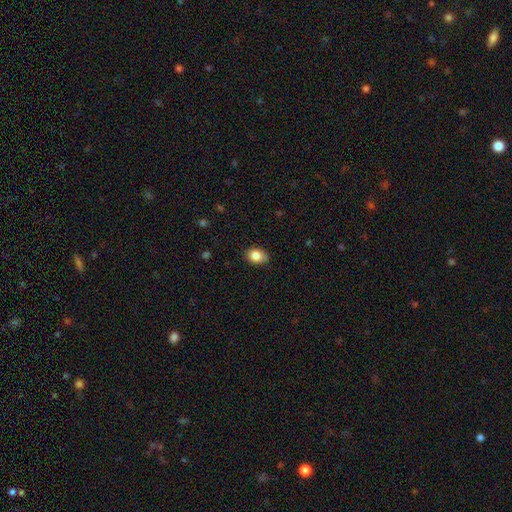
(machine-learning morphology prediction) Smooth or featured? smooth (84%)
How rounded? in between (69%)
Merging? none (80%)